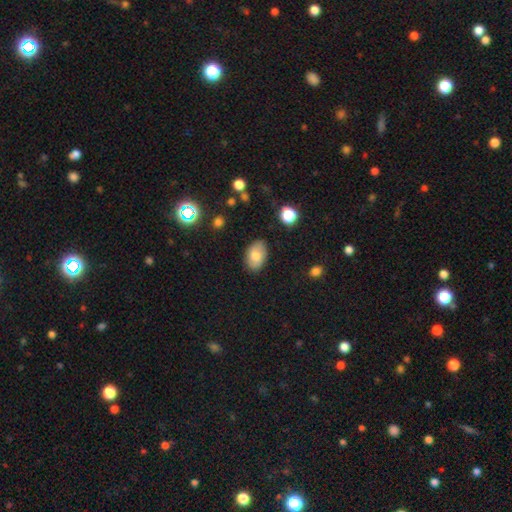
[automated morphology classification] A smooth galaxy with no disk features (80%) that is in between round and cigar-shaped (91%). Merging: none (84%).